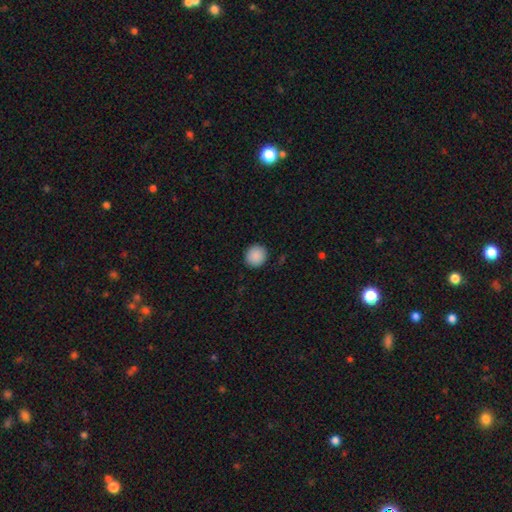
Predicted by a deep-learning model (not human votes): Smooth or featured? smooth (90%)
How rounded? round (91%)
Merging? none (91%)